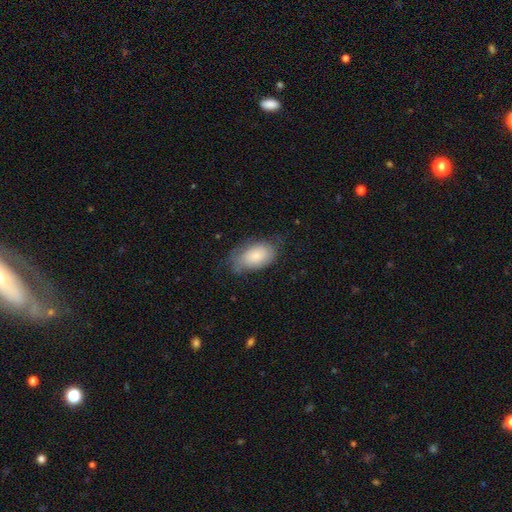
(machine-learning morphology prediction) The model was most divided on "merging": none: 56%, minor disturbance: 31%, major disturbance: 12%, merger: 2%. More confident: how rounded — in between (92%); smooth or featured — smooth (67%).